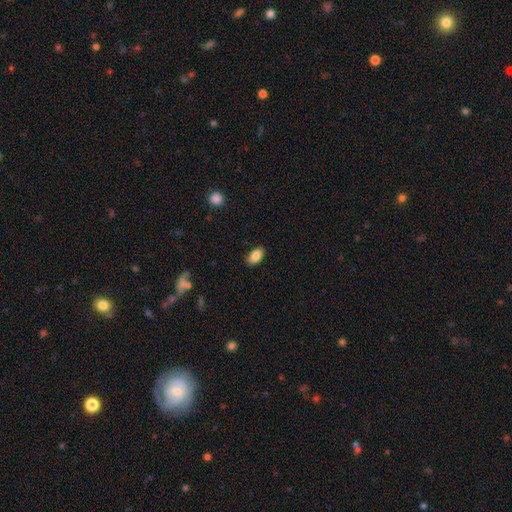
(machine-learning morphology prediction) Smooth or featured? Predicted: smooth (p=0.85). How rounded? Predicted: in between (p=0.92). Merging? Predicted: none (p=0.85).